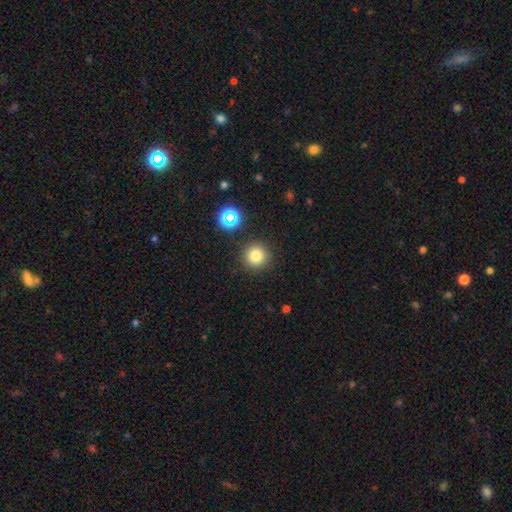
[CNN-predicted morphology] Smooth or featured?
  - smooth: 78% *
  - star or artifact: 15%
  - featured or disk: 6%
How rounded?
  - round: 95% *
  - in between: 4%
  - cigar-shaped: 1%
Merging?
  - none: 89% *
  - minor disturbance: 6%
  - merger: 3%
  - major disturbance: 2%